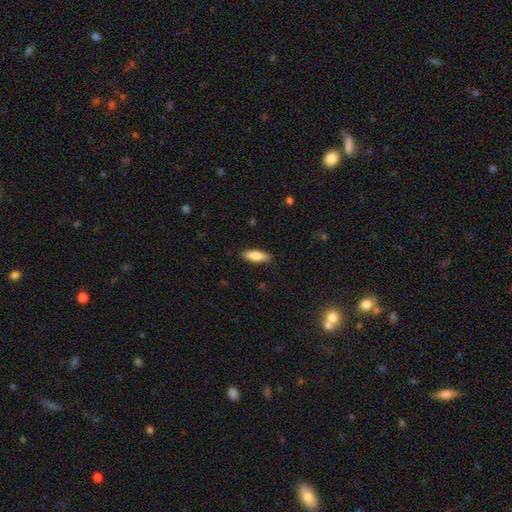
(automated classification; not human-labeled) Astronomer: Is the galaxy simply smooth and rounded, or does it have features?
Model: smooth — 83%.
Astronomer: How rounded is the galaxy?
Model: in between — 52% (runner-up: cigar-shaped, 46%).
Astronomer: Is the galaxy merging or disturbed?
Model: none — 88%.